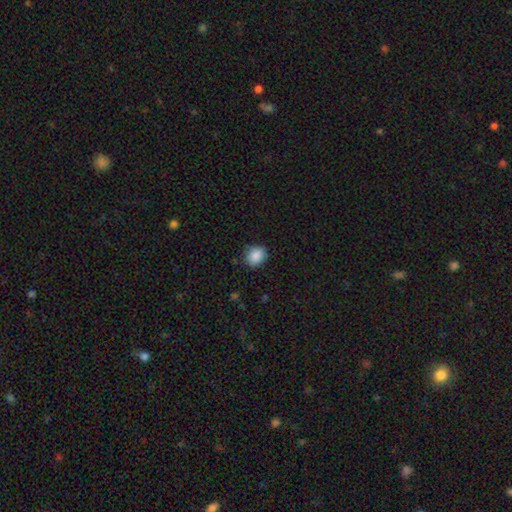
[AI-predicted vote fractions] This appears to be a smooth galaxy with no disk features (88%) that is round (56%). Merging: none (80%).